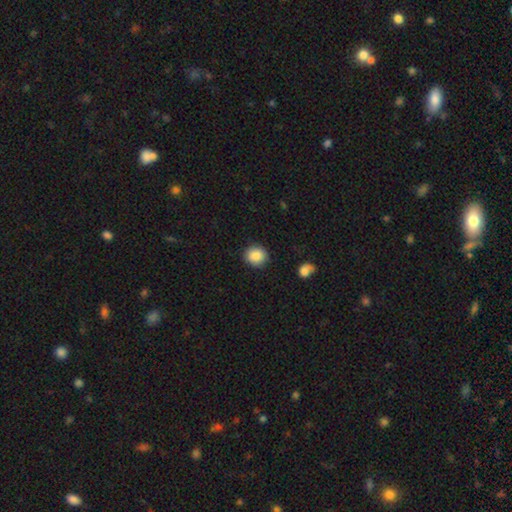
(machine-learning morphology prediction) The model was most divided on "how rounded": round: 81%, in between: 18%, cigar-shaped: 1%. More confident: merging — none (88%); smooth or featured — smooth (88%).